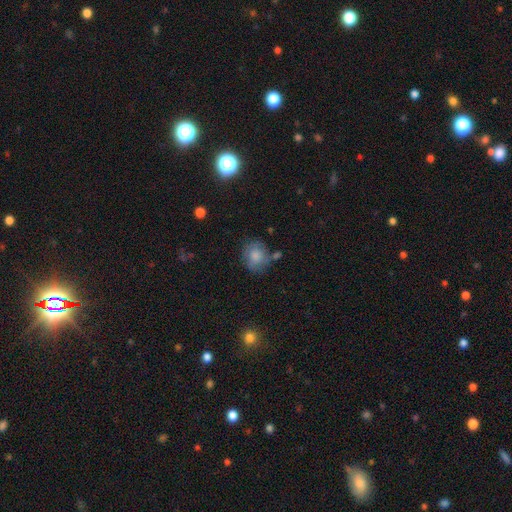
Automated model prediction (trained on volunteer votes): This is likely a smooth galaxy (78%). How rounded: likely round (75%). Merging: likely none (63%).